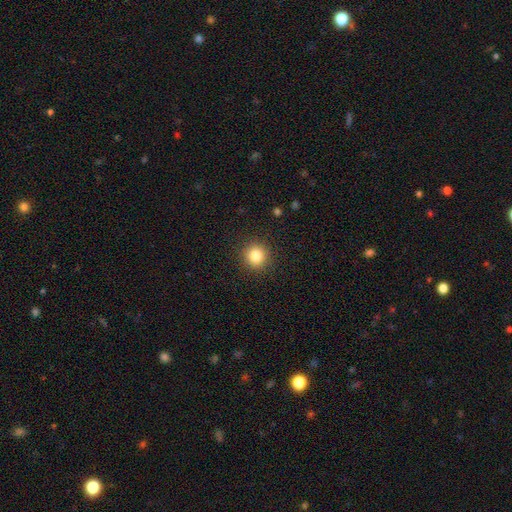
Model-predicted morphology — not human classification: smooth-or-featured: smooth: 84% | star or artifact: 11% | featured or disk: 5%
  how-rounded: round: 92% | in between: 7% | cigar-shaped: 1%
  merging: none: 91% | minor disturbance: 6% | major disturbance: 2% | merger: 1%